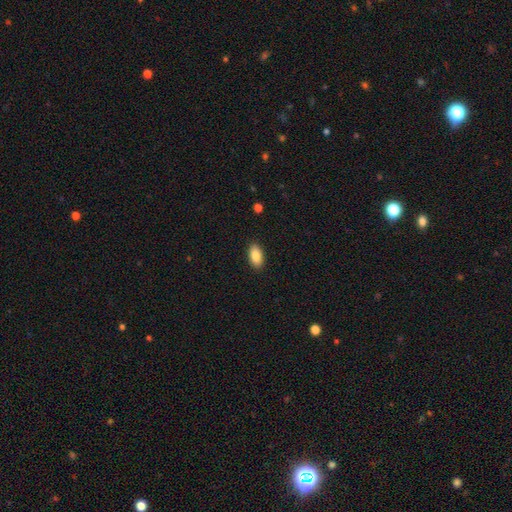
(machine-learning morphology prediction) Smooth or featured? smooth (86%)
How rounded? in between (93%)
Merging? none (90%)